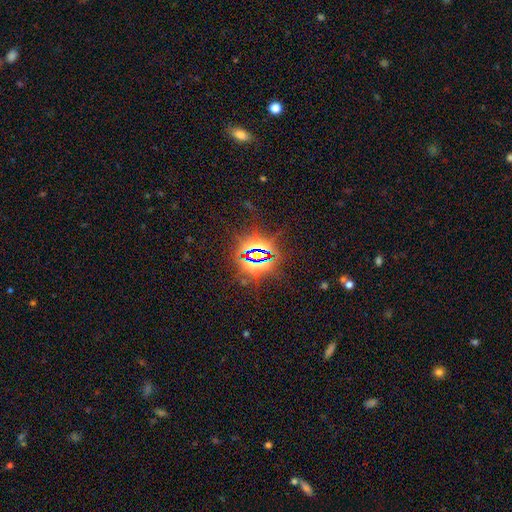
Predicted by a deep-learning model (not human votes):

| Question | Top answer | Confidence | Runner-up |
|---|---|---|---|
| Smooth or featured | star or artifact | 84% | smooth (8%) |